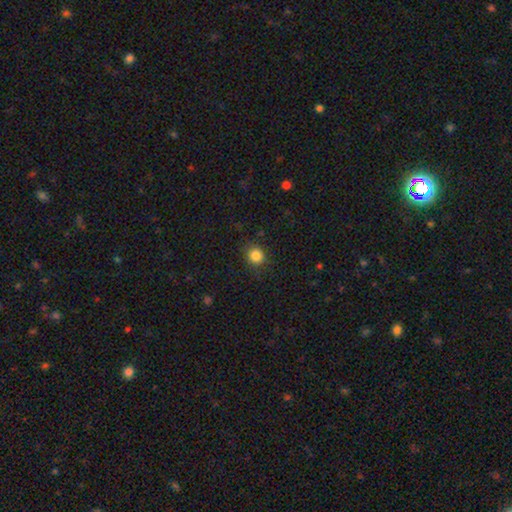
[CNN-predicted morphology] Smooth or featured? Predicted: smooth (p=0.85). How rounded? Predicted: round (p=0.83). Merging? Predicted: none (p=0.86).